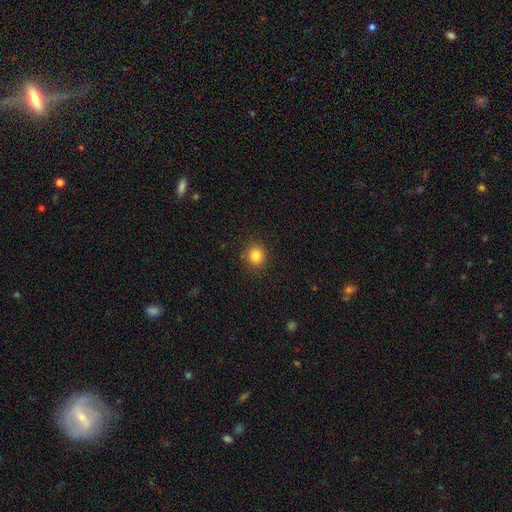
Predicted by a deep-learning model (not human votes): smooth-or-featured: smooth: 83% | star or artifact: 11% | featured or disk: 5%
  how-rounded: round: 85% | in between: 14% | cigar-shaped: 1%
  merging: none: 89% | minor disturbance: 8% | major disturbance: 2% | merger: 1%